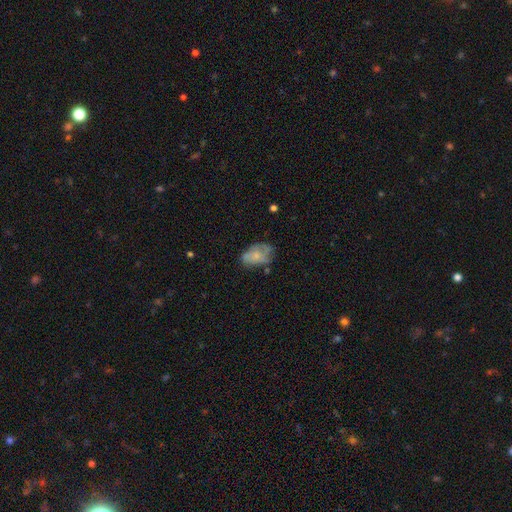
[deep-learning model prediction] Smooth or featured: smooth — 57% (featured or disk — 35%)
How rounded: in between — 88% (round — 11%)
Merging: none — 45% (minor disturbance — 33%)